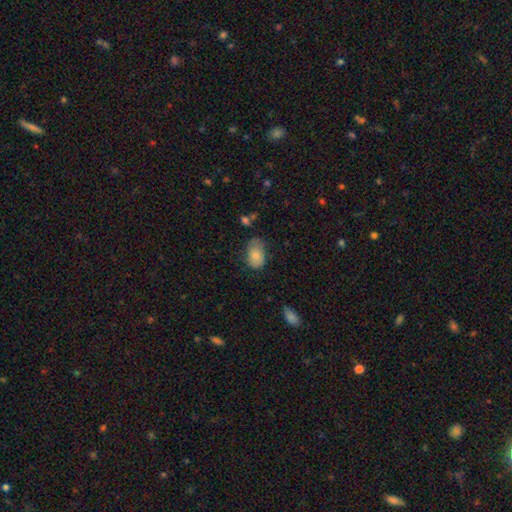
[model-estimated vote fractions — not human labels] A smooth galaxy with no disk features (80%) that is in between round and cigar-shaped (88%). Merging: none (54%).